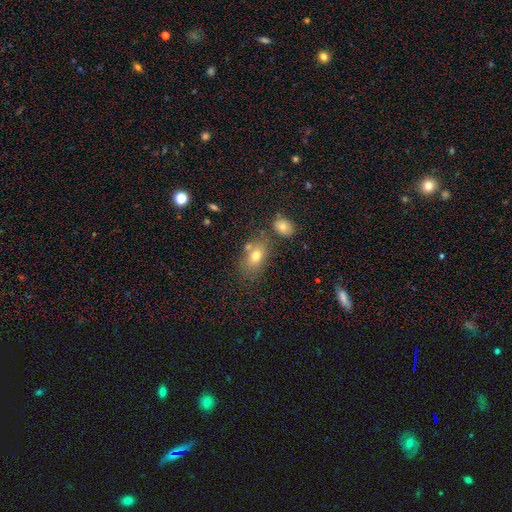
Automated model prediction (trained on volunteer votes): Q: Smooth or featured?
A: smooth (73%); runner-up: featured or disk (16%)
Q: How rounded?
A: in between (79%); runner-up: round (19%)
Q: Merging?
A: none (59%); runner-up: merger (18%)